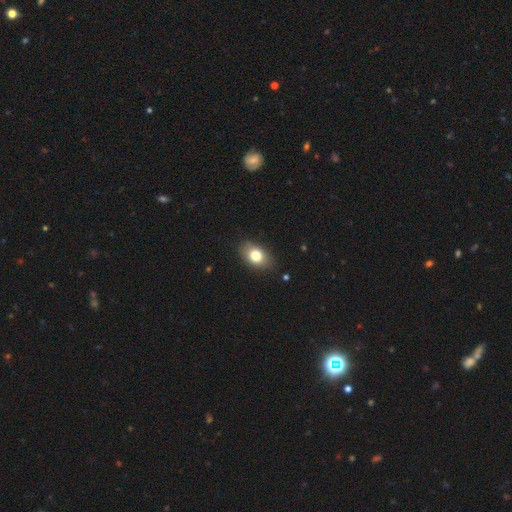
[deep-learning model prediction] A smooth galaxy with no disk features (78%) that is in between round and cigar-shaped (81%). Merging: none (84%).